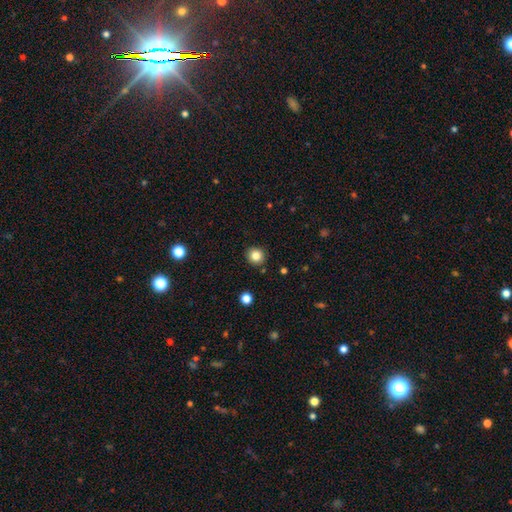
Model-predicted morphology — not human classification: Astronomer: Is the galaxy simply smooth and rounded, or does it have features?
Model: smooth — 83%.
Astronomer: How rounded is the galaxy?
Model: round — 90%.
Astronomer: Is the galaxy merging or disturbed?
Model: none — 90%.